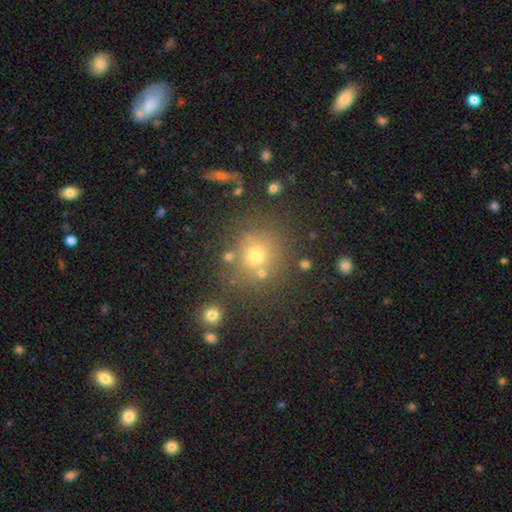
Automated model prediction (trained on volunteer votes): A smooth galaxy with no disk features (65%) that is round (88%).

Vote fractions:
- Smooth or featured? smooth: 65% / star or artifact: 23% / featured or disk: 11%
- How rounded? round: 88% / in between: 11% / cigar-shaped: 1%
- Merging? none: 76% / merger: 10% / minor disturbance: 10% / major disturbance: 4%